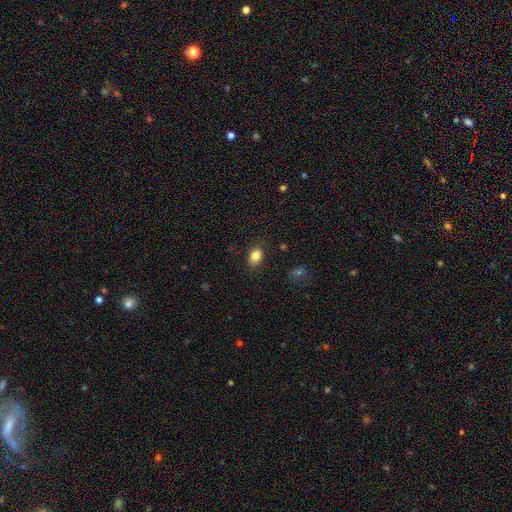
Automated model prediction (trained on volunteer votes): The model was most divided on "how rounded": in between: 66%, round: 33%, cigar-shaped: 1%. More confident: merging — none (84%); smooth or featured — smooth (83%).